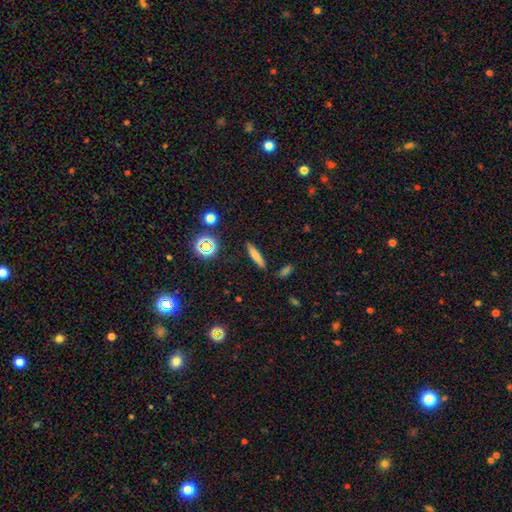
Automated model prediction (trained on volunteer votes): This is likely a smooth galaxy (74%). How rounded: clearly cigar-shaped (86%). Merging: clearly none (87%).